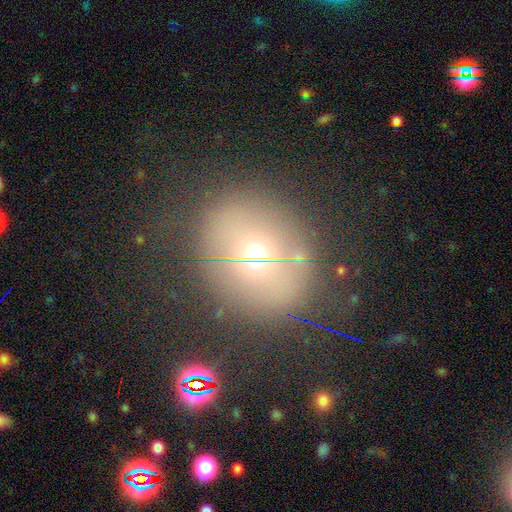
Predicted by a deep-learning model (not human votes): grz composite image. It shows a smooth galaxy with no disk features (52%) that is round (73%). Merging: none (71%).